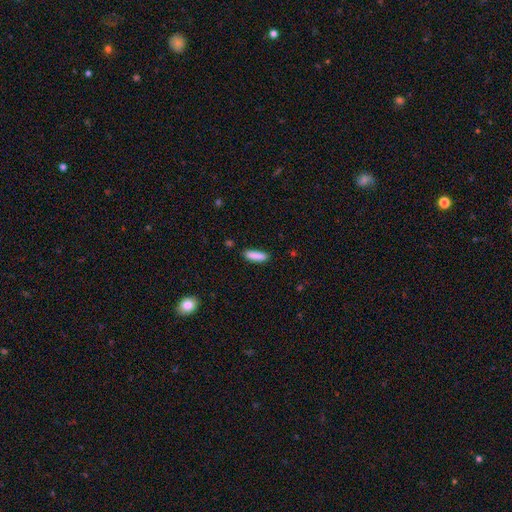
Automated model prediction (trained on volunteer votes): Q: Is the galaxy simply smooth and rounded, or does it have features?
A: smooth — 88%.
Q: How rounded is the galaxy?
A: cigar-shaped — 65%.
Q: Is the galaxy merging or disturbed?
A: none — 83%.